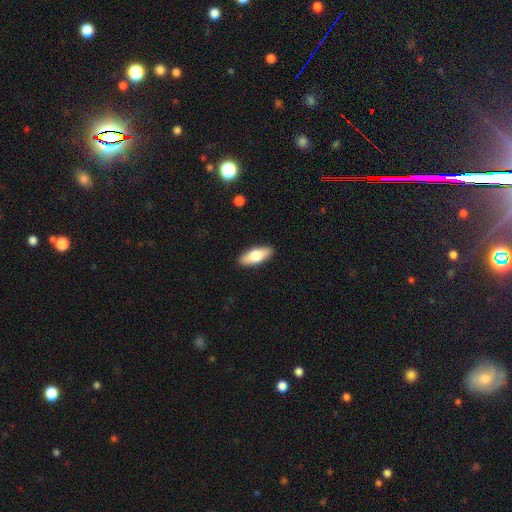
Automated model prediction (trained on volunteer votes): smooth-or-featured: smooth: 68% | featured or disk: 27% | star or artifact: 6%
  how-rounded: in between: 73% | cigar-shaped: 24% | round: 3%
  merging: none: 90% | minor disturbance: 7% | major disturbance: 2% | merger: 1%